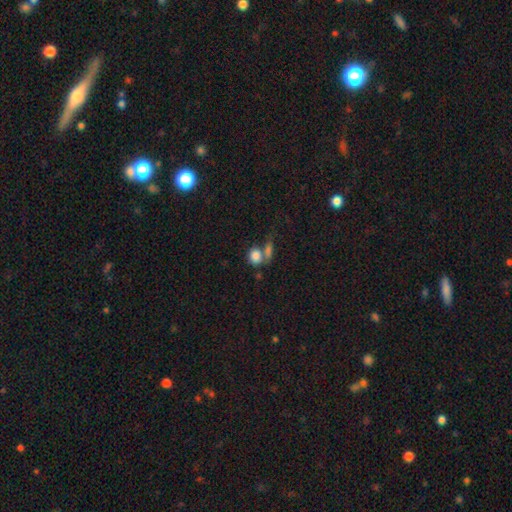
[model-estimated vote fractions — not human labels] Smooth or featured: smooth — 82% (star or artifact — 9%)
How rounded: round — 52% (in between — 45%)
Merging: merger — 47% (none — 36%)